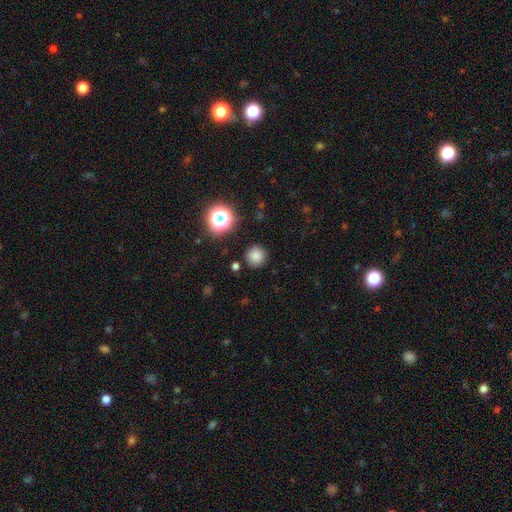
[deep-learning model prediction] Smooth or featured?
  - smooth: 80% *
  - star or artifact: 15%
  - featured or disk: 5%
How rounded?
  - round: 95% *
  - in between: 4%
  - cigar-shaped: 1%
Merging?
  - none: 88% *
  - minor disturbance: 7%
  - major disturbance: 3%
  - merger: 2%